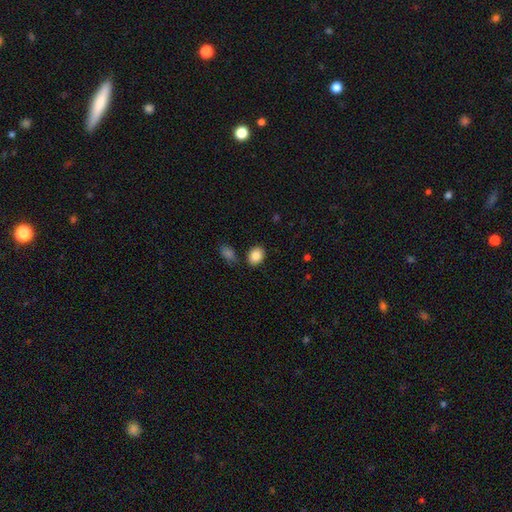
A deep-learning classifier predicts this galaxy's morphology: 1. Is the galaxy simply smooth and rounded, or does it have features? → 86% smooth, 8% star or artifact, 6% featured or disk.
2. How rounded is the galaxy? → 65% in between, 34% round, 1% cigar-shaped.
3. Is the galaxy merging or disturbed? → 82% none, 10% minor disturbance, 5% merger, 3% major disturbance.